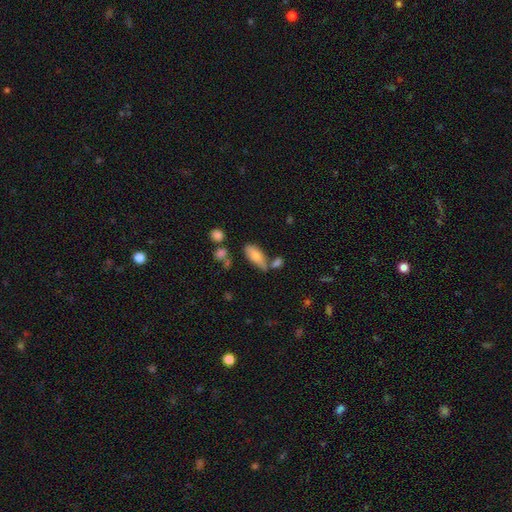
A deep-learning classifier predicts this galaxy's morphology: A smooth galaxy with no disk features (76%) that is in between round and cigar-shaped (76%).

Vote fractions:
- Smooth or featured? smooth: 76% / featured or disk: 16% / star or artifact: 8%
- How rounded? in between: 76% / cigar-shaped: 22% / round: 3%
- Merging? none: 52% / minor disturbance: 21% / merger: 20% / major disturbance: 7%